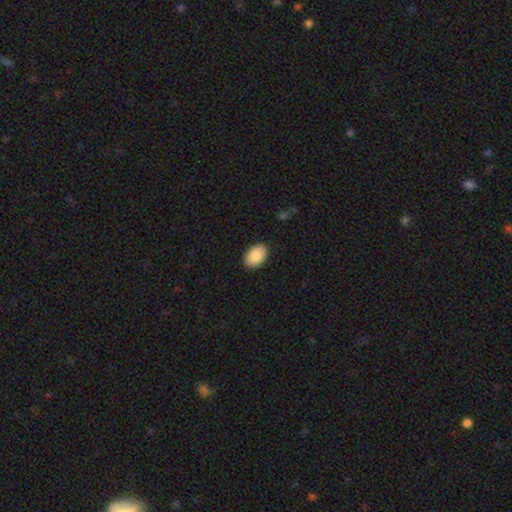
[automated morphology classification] Q: Smooth or featured?
A: smooth (89%); runner-up: star or artifact (6%)
Q: How rounded?
A: in between (90%); runner-up: round (9%)
Q: Merging?
A: none (89%); runner-up: minor disturbance (8%)